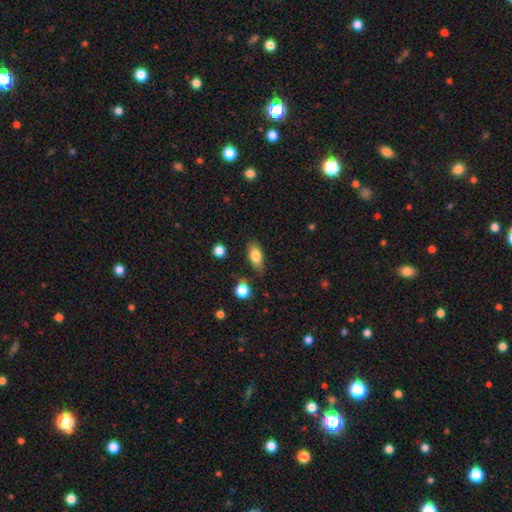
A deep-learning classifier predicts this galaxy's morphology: smooth 79%, featured or disk 13%, star or artifact 8%. Down the decision tree: how rounded — in between (85%); merging — none (78%).